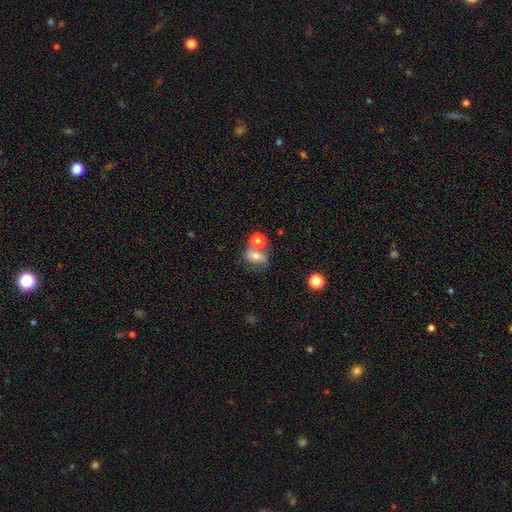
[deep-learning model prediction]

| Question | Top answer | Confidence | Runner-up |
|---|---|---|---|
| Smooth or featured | smooth | 59% | featured or disk (29%) |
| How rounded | in between | 57% | round (41%) |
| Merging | none | 42% | merger (34%) |